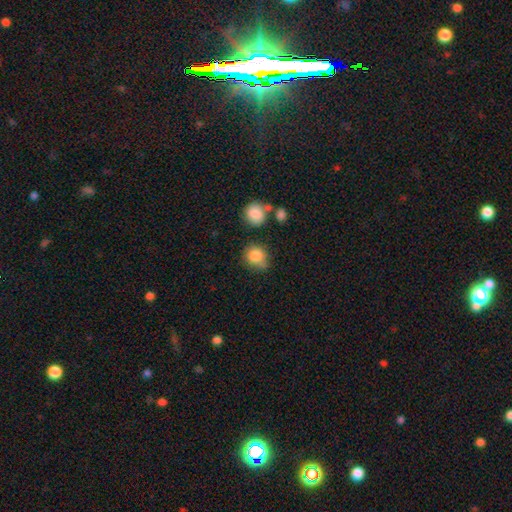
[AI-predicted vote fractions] Q: Smooth or featured?
A: smooth (84%); runner-up: star or artifact (9%)
Q: How rounded?
A: round (79%); runner-up: in between (20%)
Q: Merging?
A: none (62%); runner-up: minor disturbance (23%)